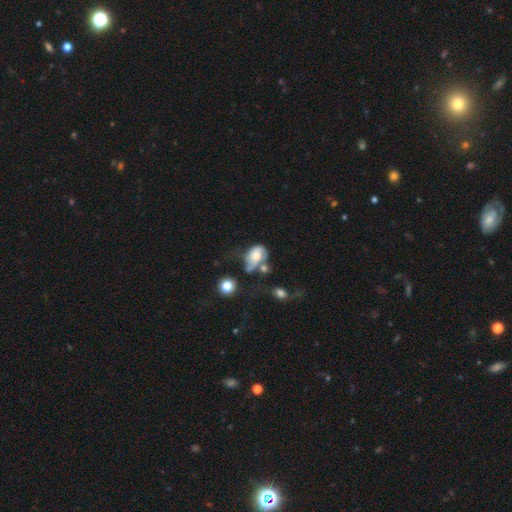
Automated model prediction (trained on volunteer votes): The model was most divided on "merging": major disturbance: 34%, merger: 25%, minor disturbance: 23%, none: 18%. More confident: how rounded — in between (80%); smooth or featured — smooth (55%).